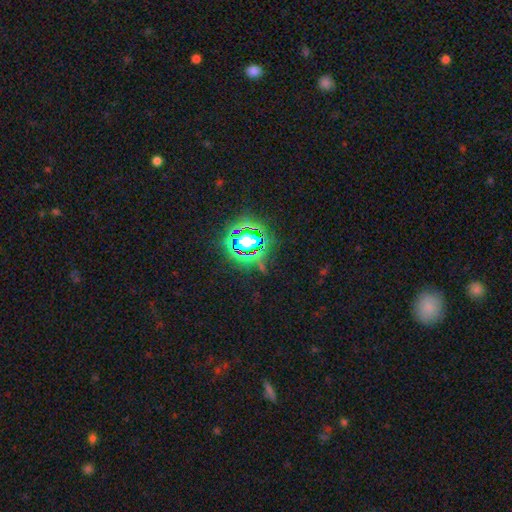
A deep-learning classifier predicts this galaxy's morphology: This appears to be a star or artifact, not a galaxy (80%).